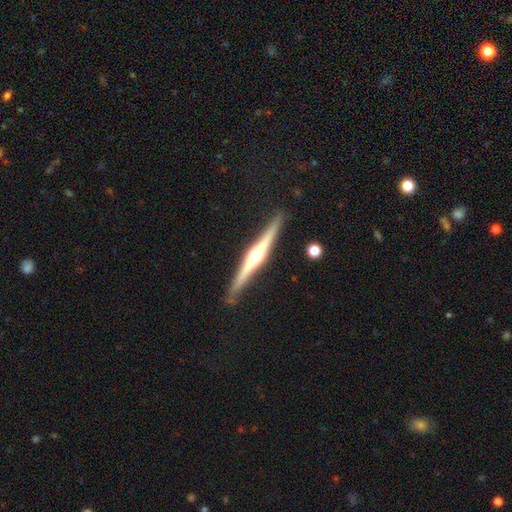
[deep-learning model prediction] Smooth or featured?
  - featured or disk: 80% *
  - smooth: 15%
  - star or artifact: 5%
Edge-on disk?
  - yes: 98% *
  - no: 2%
Edge-on bulge?
  - rounded: 89% *
  - boxy: 6%
  - none: 5%
Merging?
  - none: 88% *
  - minor disturbance: 9%
  - merger: 2%
  - major disturbance: 2%